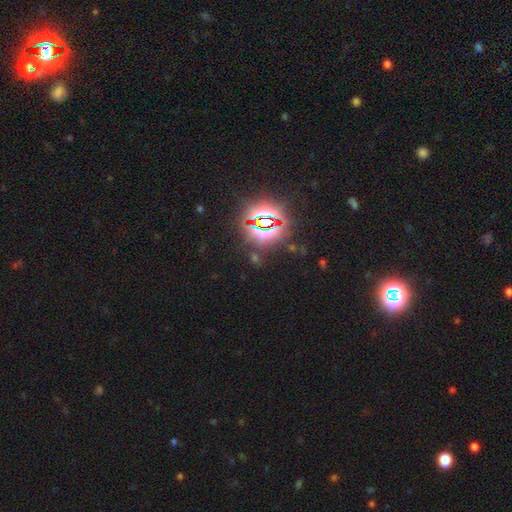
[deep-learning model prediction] Q: Smooth or featured?
A: star or artifact (83%); runner-up: smooth (10%)